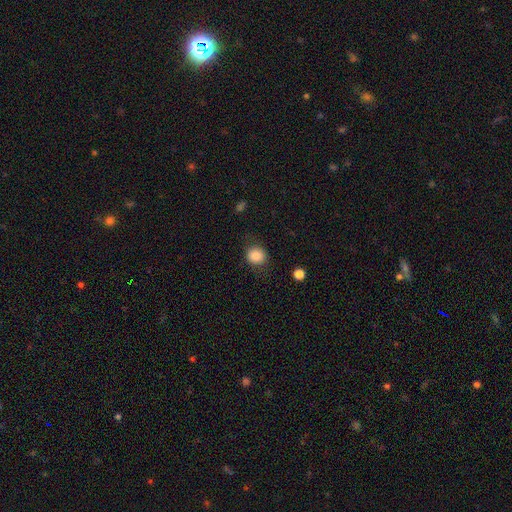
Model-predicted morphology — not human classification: Smooth or featured? Predicted: smooth (p=0.85). How rounded? Predicted: round (p=0.83). Merging? Predicted: none (p=0.82).